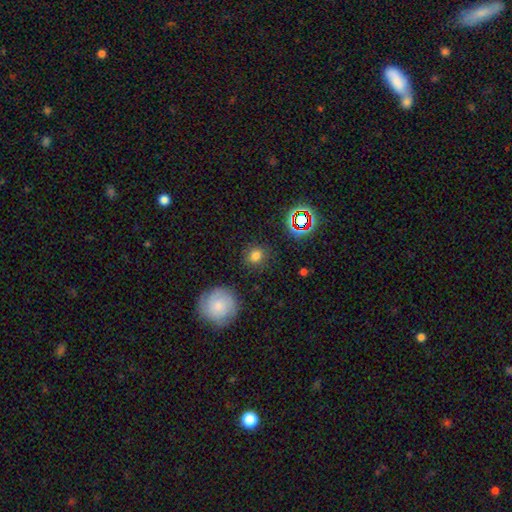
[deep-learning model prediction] Morphology: type=smooth (75%); roundness=round (84%); merging=none (85%).